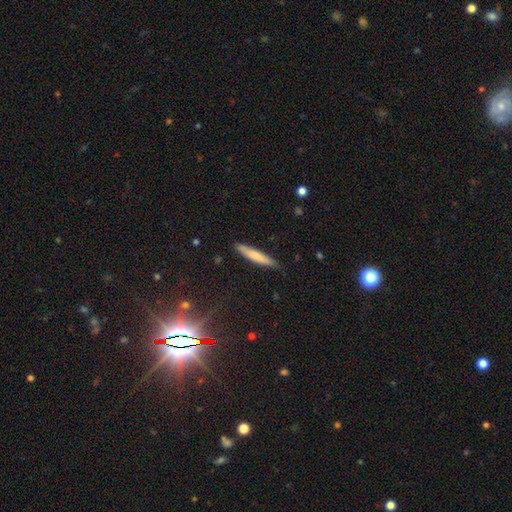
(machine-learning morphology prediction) Smooth or featured?
  - smooth: 70% *
  - featured or disk: 24%
  - star or artifact: 6%
How rounded?
  - cigar-shaped: 91% *
  - in between: 8%
  - round: 1%
Merging?
  - none: 85% *
  - minor disturbance: 12%
  - major disturbance: 2%
  - merger: 1%